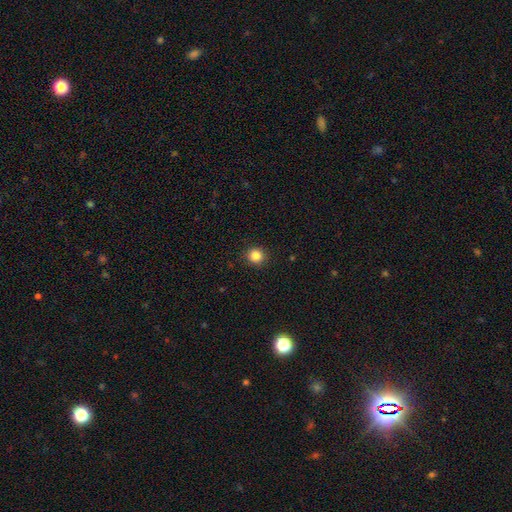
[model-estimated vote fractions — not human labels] Q: Smooth or featured?
A: smooth (86%); runner-up: star or artifact (11%)
Q: How rounded?
A: round (92%); runner-up: in between (7%)
Q: Merging?
A: none (91%); runner-up: minor disturbance (6%)